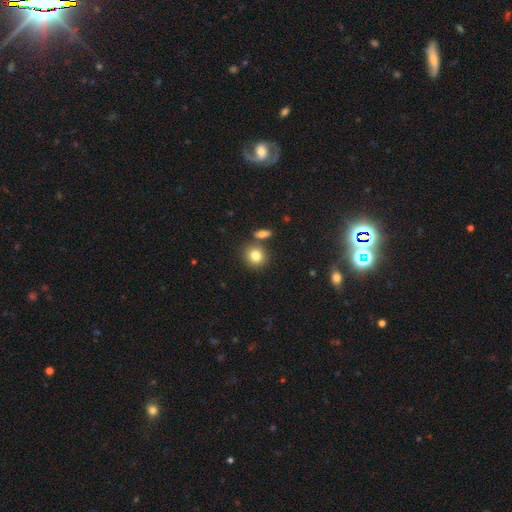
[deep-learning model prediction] Morphology: type=smooth (81%); roundness=round (82%); merging=none (74%).